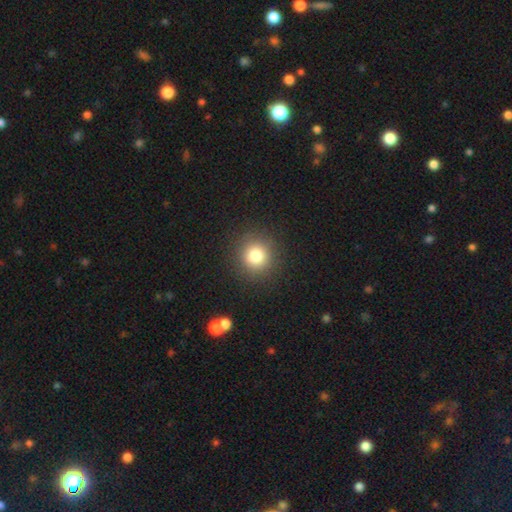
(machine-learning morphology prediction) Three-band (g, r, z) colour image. It shows a smooth galaxy with no disk features (80%) that is round (92%). Merging: none (90%).